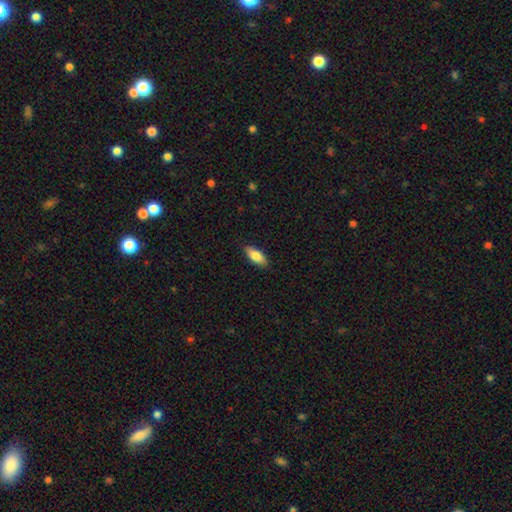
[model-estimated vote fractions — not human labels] A smooth galaxy with no disk features (83%) that is in between round and cigar-shaped (80%).

Vote fractions:
- Smooth or featured? smooth: 83% / featured or disk: 11% / star or artifact: 6%
- How rounded? in between: 80% / cigar-shaped: 18% / round: 2%
- Merging? none: 87% / minor disturbance: 10% / major disturbance: 2% / merger: 1%